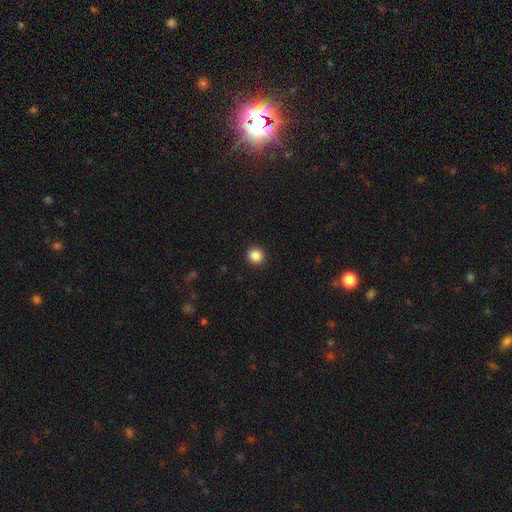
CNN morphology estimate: smooth_or_featured: smooth (p=0.87) [alt: star or artifact p=0.10]
how_rounded: round (p=0.90) [alt: in between p=0.09]
merging: none (p=0.92) [alt: minor disturbance p=0.05]